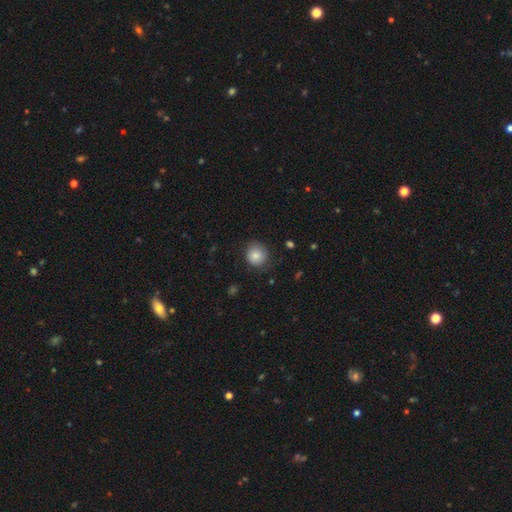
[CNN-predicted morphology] Smooth or featured: smooth — 83% (star or artifact — 9%)
How rounded: round — 89% (in between — 10%)
Merging: none — 79% (minor disturbance — 16%)